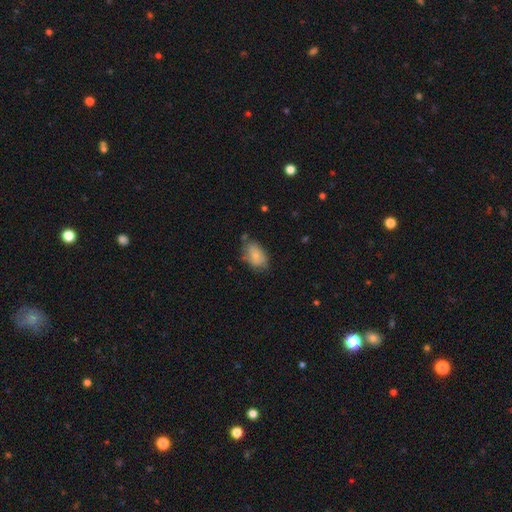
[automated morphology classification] The model was most divided on "merging": none: 58%, minor disturbance: 30%, major disturbance: 8%, merger: 4%. More confident: how rounded — in between (90%); smooth or featured — smooth (72%).